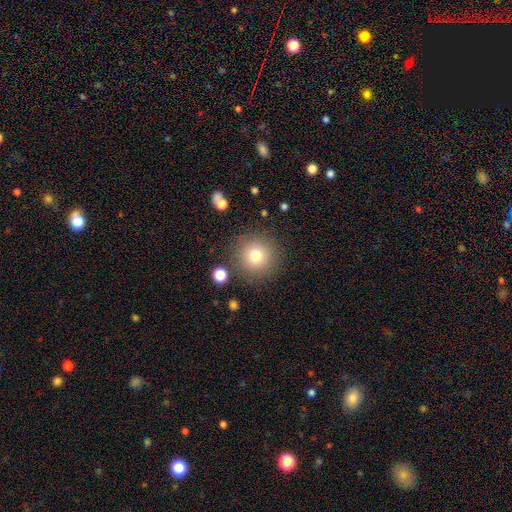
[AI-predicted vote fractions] Smooth or featured? Predicted: smooth (p=0.77). How rounded? Predicted: round (p=0.95). Merging? Predicted: none (p=0.86).